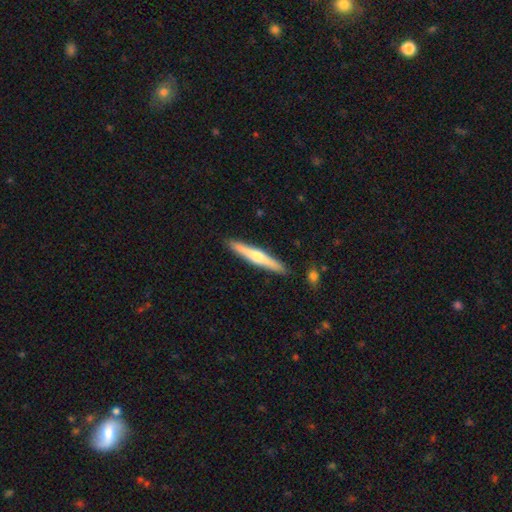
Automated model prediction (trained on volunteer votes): A featured or disk galaxy (62%) viewed edge-on (97%) with a rounded central bulge (86%). Merging: none (91%).